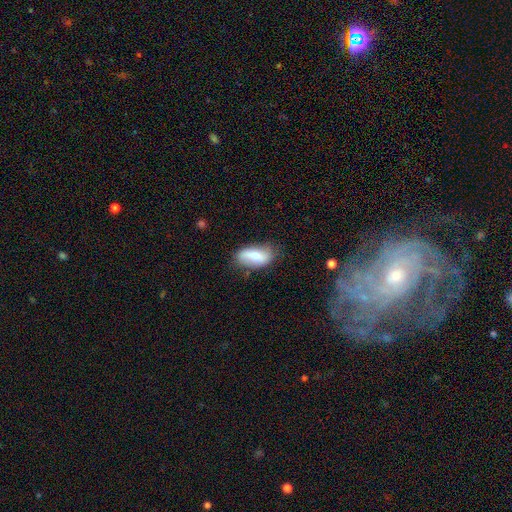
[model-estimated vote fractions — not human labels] Smooth or featured? smooth (63%)
How rounded? in between (90%)
Merging? none (68%)